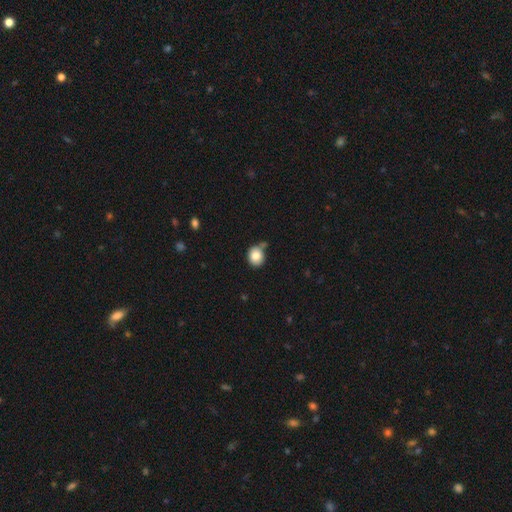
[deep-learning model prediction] The model was most divided on "merging": none: 55%, minor disturbance: 25%, merger: 13%, major disturbance: 8%. More confident: smooth or featured — smooth (82%); how rounded — round (71%).